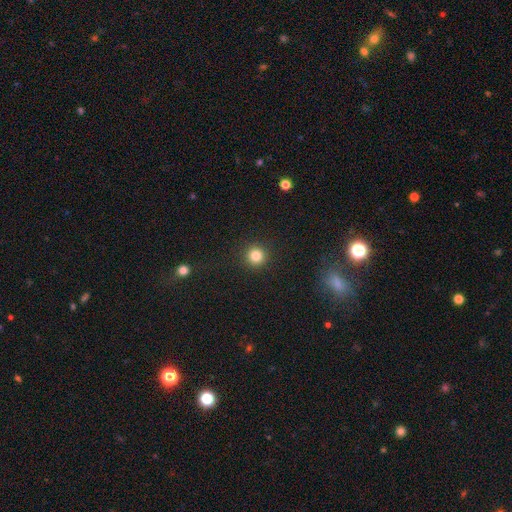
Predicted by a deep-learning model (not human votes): smooth-or-featured: smooth: 83% | star or artifact: 12% | featured or disk: 5%
  how-rounded: round: 95% | in between: 4% | cigar-shaped: 1%
  merging: none: 92% | minor disturbance: 5% | major disturbance: 2% | merger: 1%